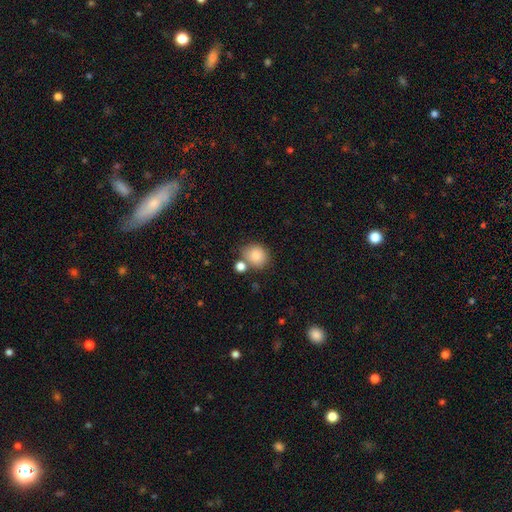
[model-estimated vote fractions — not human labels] This appears to be a smooth galaxy with no disk features (84%) that is round (73%). Merging: none (64%).